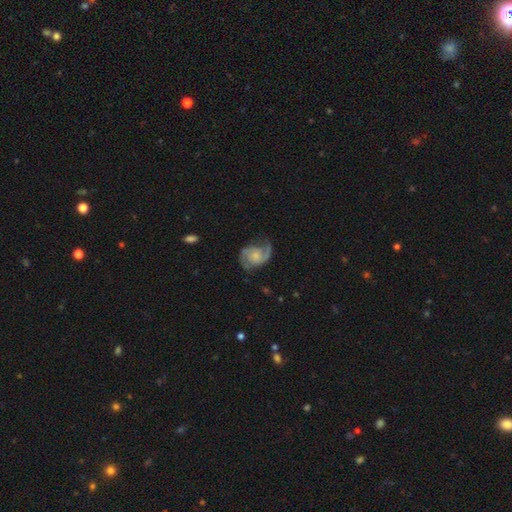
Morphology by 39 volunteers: This appears to be a featured or disk galaxy (74%) with no bar (62%), 2 (89%) medium (54%) spiral arms (97%) and a small central bulge (52%). Merging: none (47%).